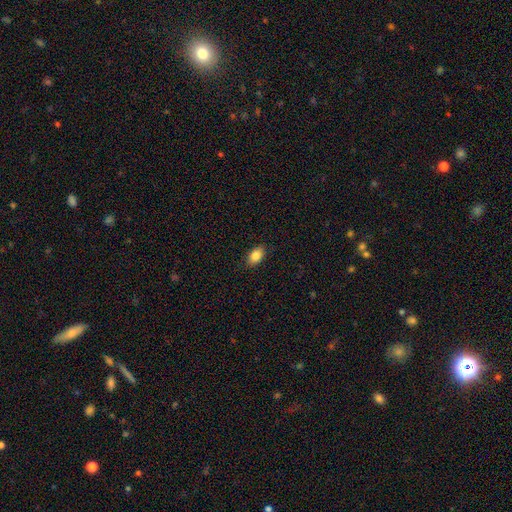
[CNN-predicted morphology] type=smooth (86%); roundness=in between (90%); merging=none (87%).